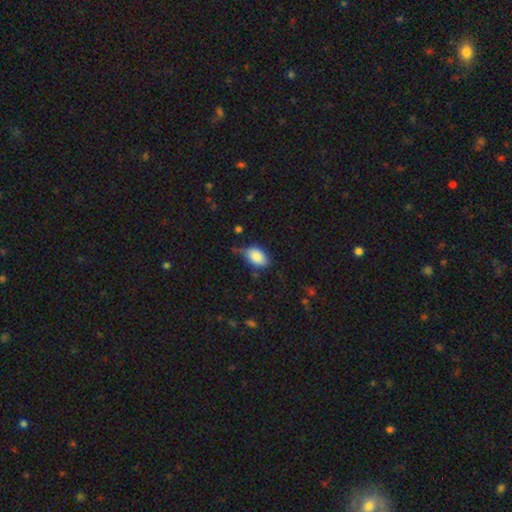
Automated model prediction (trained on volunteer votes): Smooth or featured? smooth (85%)
How rounded? in between (88%)
Merging? none (51%)